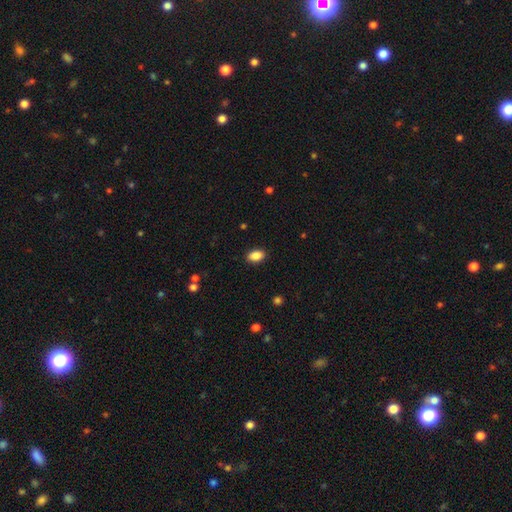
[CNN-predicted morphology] Smooth or featured? smooth (88%)
How rounded? in between (90%)
Merging? none (89%)